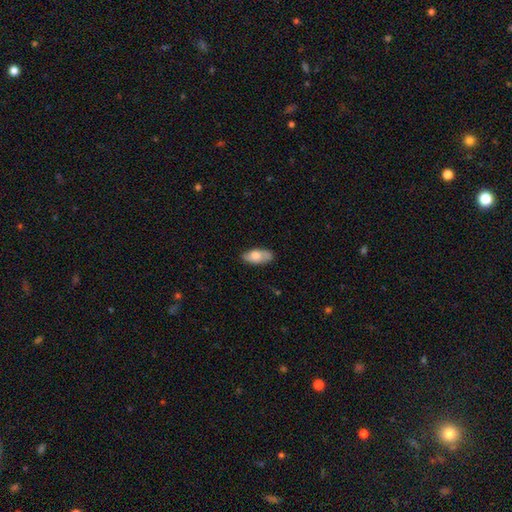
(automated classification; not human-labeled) This is likely a smooth galaxy (73%). How rounded: clearly in between (87%). Merging: likely none (78%).